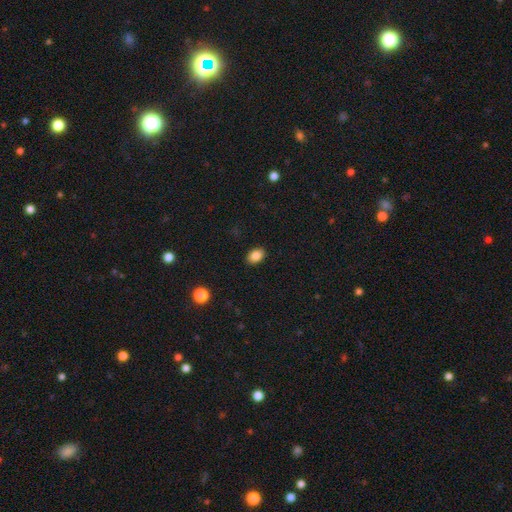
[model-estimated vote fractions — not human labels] smooth_or_featured: smooth (p=0.87) [alt: star or artifact p=0.09]
how_rounded: in between (p=0.81) [alt: round p=0.17]
merging: none (p=0.89) [alt: minor disturbance p=0.08]